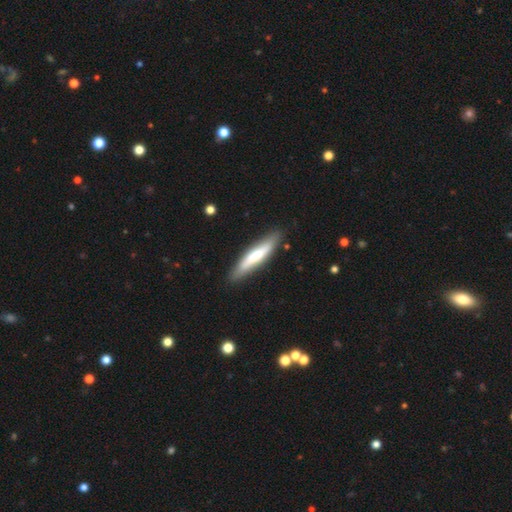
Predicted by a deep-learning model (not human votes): A smooth galaxy with no disk features (54%) that is cigar-shaped (84%). Merging: none (85%).